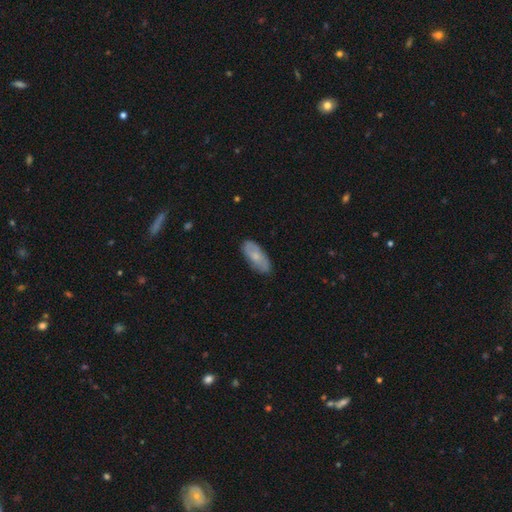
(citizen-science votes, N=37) Smooth or featured? 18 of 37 (49%) said featured or disk. Edge-on disk? 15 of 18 (83%) said no. Bar? 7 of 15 (47%) said no. Spiral arms? 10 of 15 (67%) said yes. Spiral winding? 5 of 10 (50%) said tight. Spiral arm count? 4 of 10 (40%, tied with can't tell) said 2. Bulge size? 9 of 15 (60%) said moderate. Merging? 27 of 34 (79%) said none.